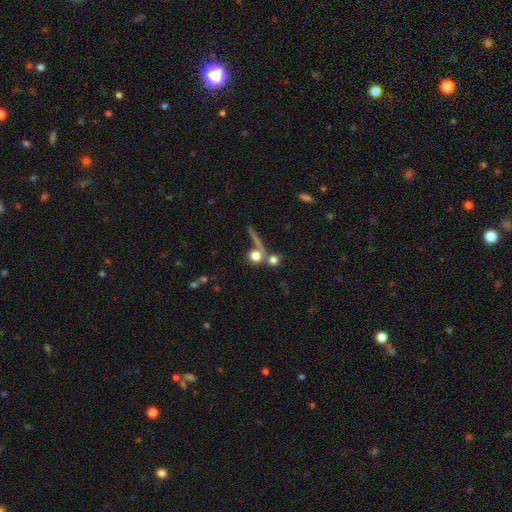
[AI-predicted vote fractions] Overall: smooth (69%). How rounded: round (83%). Merging: none (48%; merger 33%).